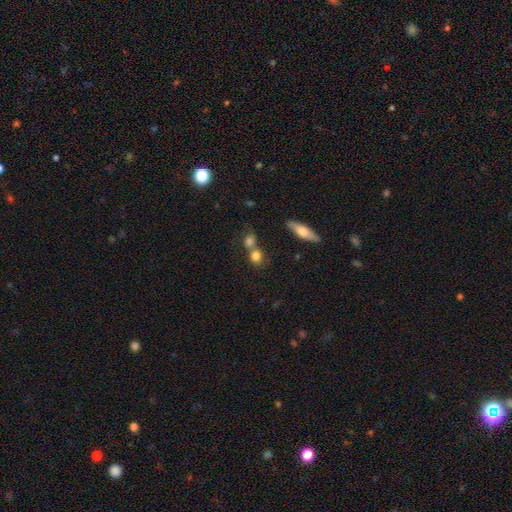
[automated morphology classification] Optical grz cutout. It shows a smooth galaxy with no disk features (79%) that is round (69%). Merging: none (47%).